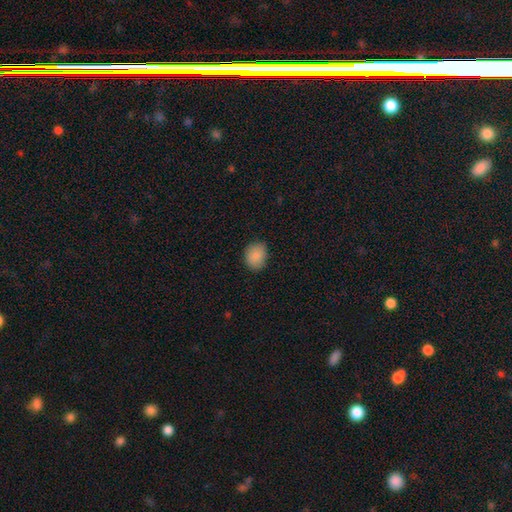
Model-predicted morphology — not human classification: Q: Smooth or featured?
A: smooth (87%); runner-up: star or artifact (8%)
Q: How rounded?
A: in between (51%); runner-up: round (49%)
Q: Merging?
A: none (84%); runner-up: minor disturbance (13%)